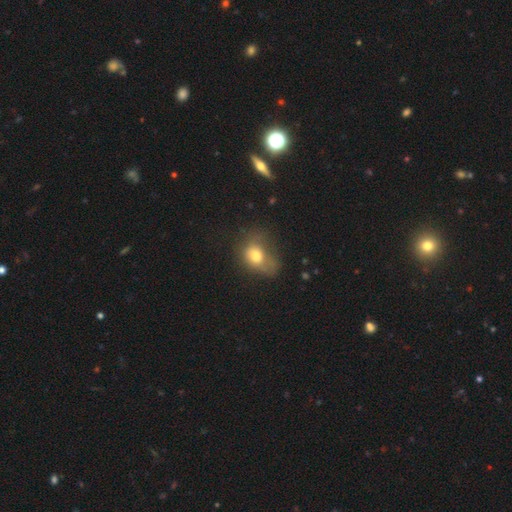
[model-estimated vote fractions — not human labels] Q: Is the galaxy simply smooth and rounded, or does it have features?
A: smooth — 71%.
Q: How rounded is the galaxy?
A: in between — 63%.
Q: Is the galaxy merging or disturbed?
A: major disturbance — 36%.